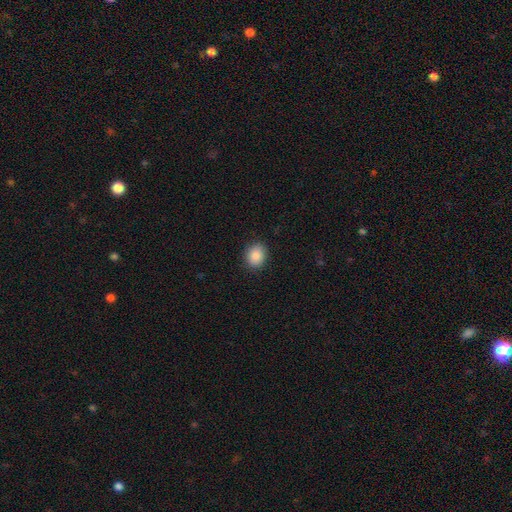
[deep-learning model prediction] This is clearly a smooth galaxy (88%). How rounded: likely round (63%). Merging: clearly none (88%).